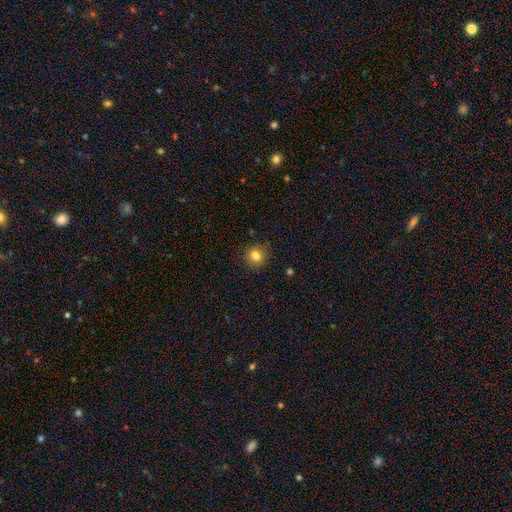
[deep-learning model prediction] This is clearly a smooth galaxy (82%). How rounded: clearly round (89%). Merging: clearly none (89%).